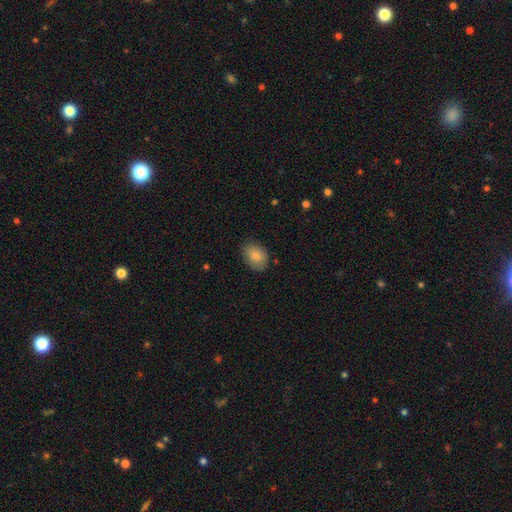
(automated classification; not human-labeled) smooth-or-featured: smooth: 84% | featured or disk: 8% | star or artifact: 7%
  how-rounded: in between: 74% | round: 25% | cigar-shaped: 1%
  merging: none: 81% | minor disturbance: 14% | major disturbance: 3% | merger: 1%